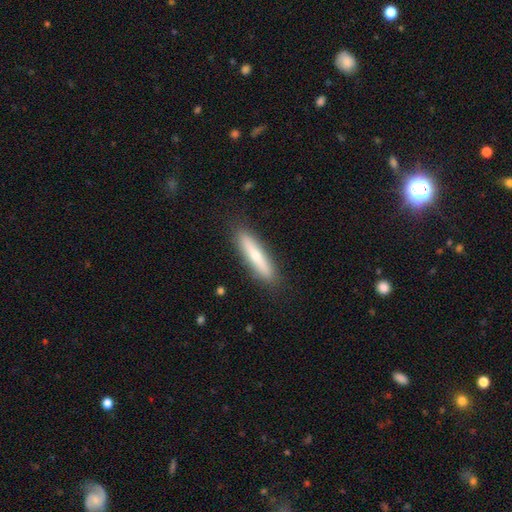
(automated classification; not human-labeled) smooth_or_featured: smooth (p=0.61) [alt: featured or disk p=0.34]
how_rounded: cigar-shaped (p=0.88) [alt: in between p=0.11]
merging: none (p=0.89) [alt: minor disturbance p=0.08]